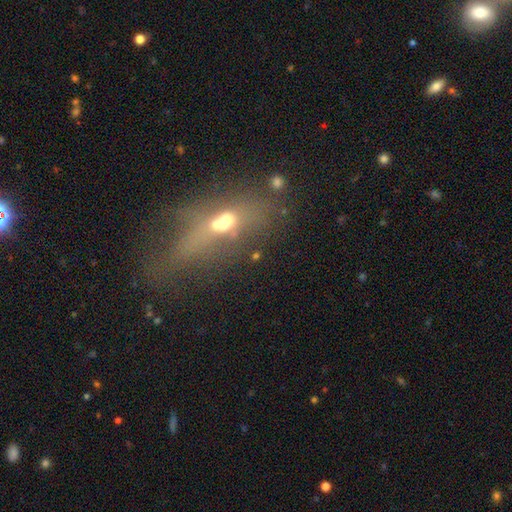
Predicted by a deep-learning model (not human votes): The model was most divided on "merging": none: 32%, merger: 30%, major disturbance: 25%, minor disturbance: 13%. Remaining: smooth or featured — smooth (41%).